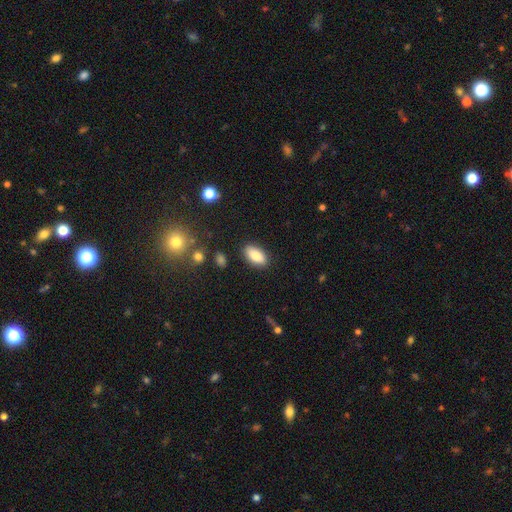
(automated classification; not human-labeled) This is clearly a smooth galaxy (86%). How rounded: clearly in between (91%). Merging: clearly none (87%).